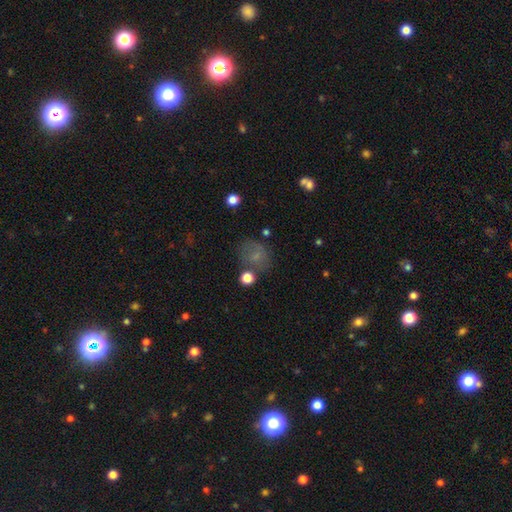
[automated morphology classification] Smooth or featured? Predicted: smooth (p=0.65). How rounded? Predicted: round (p=0.65). Merging? Predicted: none (p=0.58).